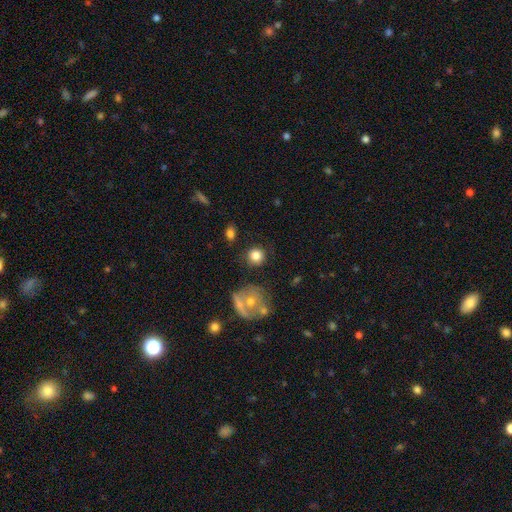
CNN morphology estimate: Smooth or featured? smooth (81%)
How rounded? round (90%)
Merging? none (79%)